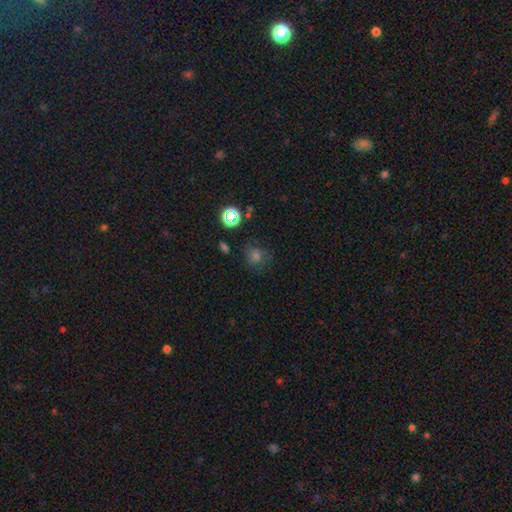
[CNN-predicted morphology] Overall: smooth (51%; star or artifact 34%). How rounded: round (83%). Merging: none (75%).